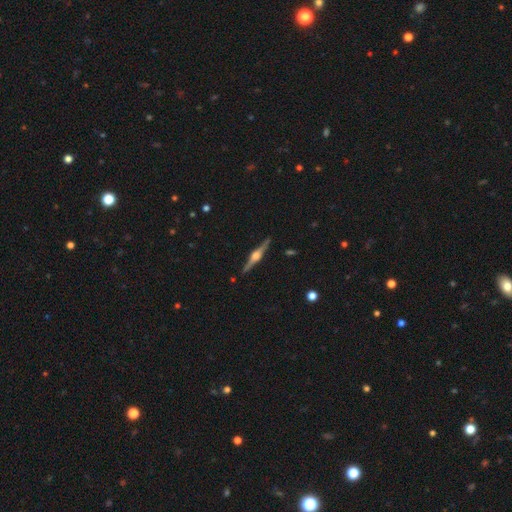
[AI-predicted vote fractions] Smooth or featured? Predicted: featured or disk (p=0.86). Edge-on disk? Predicted: yes (p=0.98). Edge-on bulge? Predicted: rounded (p=0.90). Merging? Predicted: none (p=0.90).